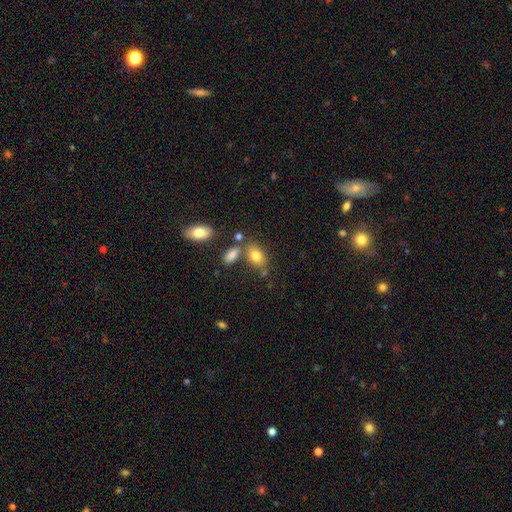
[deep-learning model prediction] Smooth or featured? smooth (80%)
How rounded? in between (86%)
Merging? none (62%)